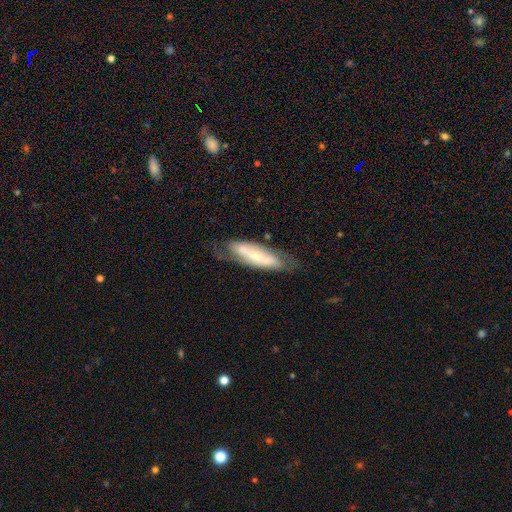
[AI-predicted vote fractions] A featured or disk galaxy (64%). Merging: none (66%).